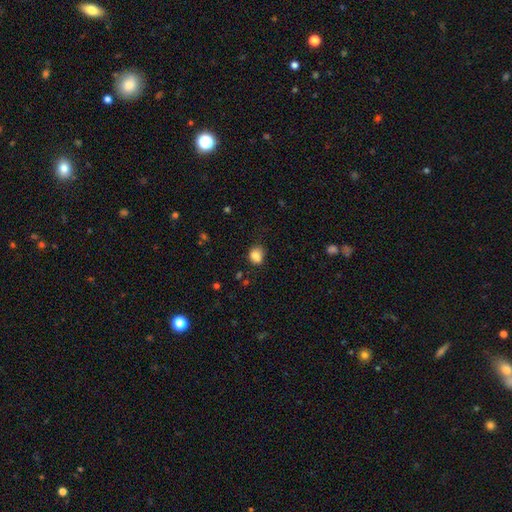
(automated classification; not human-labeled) Overall: smooth (83%). How rounded: round (60%; in between 39%). Merging: none (61%; minor disturbance 27%).